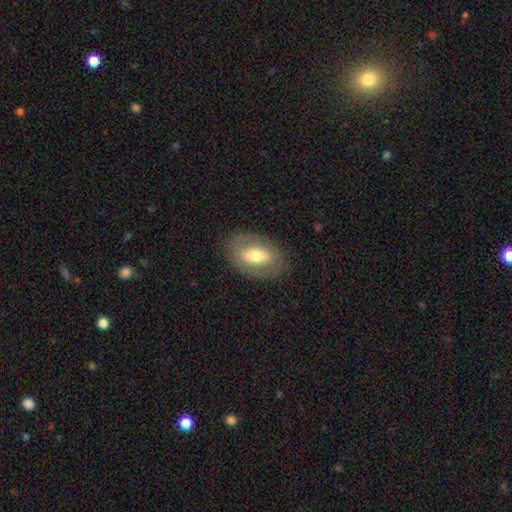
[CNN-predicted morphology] Q: Smooth or featured?
A: smooth (54%); runner-up: featured or disk (39%)
Q: How rounded?
A: in between (88%); runner-up: round (10%)
Q: Merging?
A: none (82%); runner-up: minor disturbance (12%)